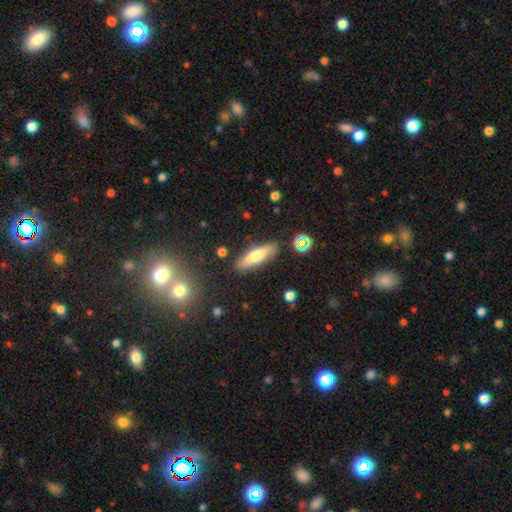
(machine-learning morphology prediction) A smooth galaxy with no disk features (59%) that is cigar-shaped (63%).

Vote fractions:
- Smooth or featured? smooth: 59% / featured or disk: 33% / star or artifact: 8%
- How rounded? cigar-shaped: 63% / in between: 35% / round: 2%
- Merging? none: 83% / minor disturbance: 11% / merger: 3% / major disturbance: 3%